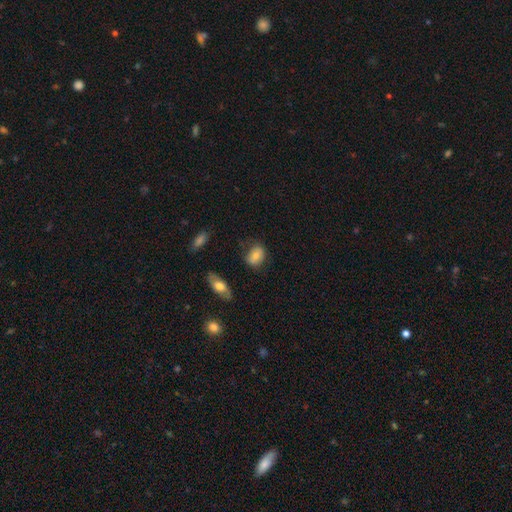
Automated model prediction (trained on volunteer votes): This is likely a smooth galaxy (75%). How rounded: likely in between (69%). Merging: likely none (70%).